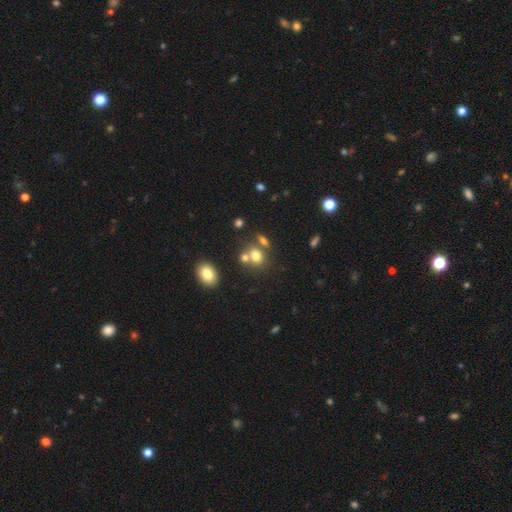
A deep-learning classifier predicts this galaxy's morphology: This appears to be a smooth galaxy with no disk features (73%) that is round (59%). Merging: none (51%).